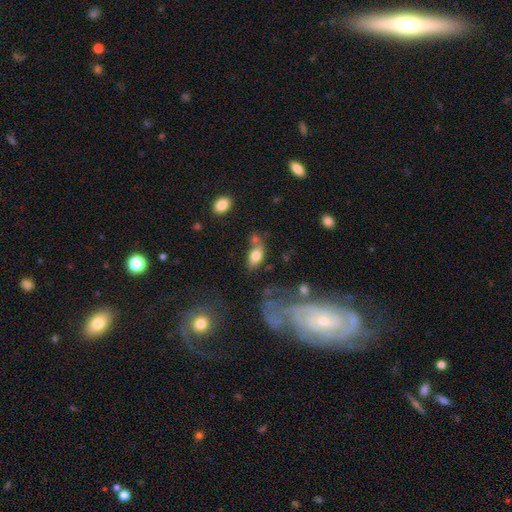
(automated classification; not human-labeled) Morphology: type=smooth (76%); roundness=in between (87%); merging=none (49%).